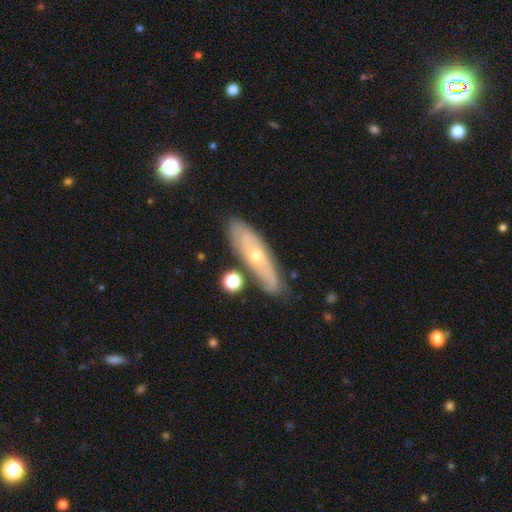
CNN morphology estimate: type=featured or disk (58%); edge-on=no (64%); merging=none (76%).